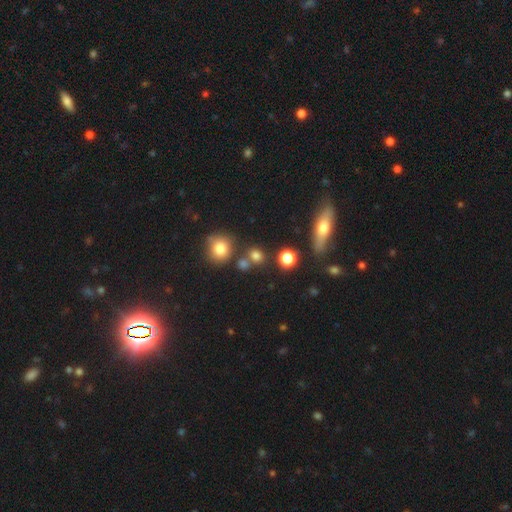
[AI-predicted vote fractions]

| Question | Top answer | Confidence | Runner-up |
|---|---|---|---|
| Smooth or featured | smooth | 75% | star or artifact (17%) |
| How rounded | round | 75% | in between (23%) |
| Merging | none | 68% | merger (19%) |